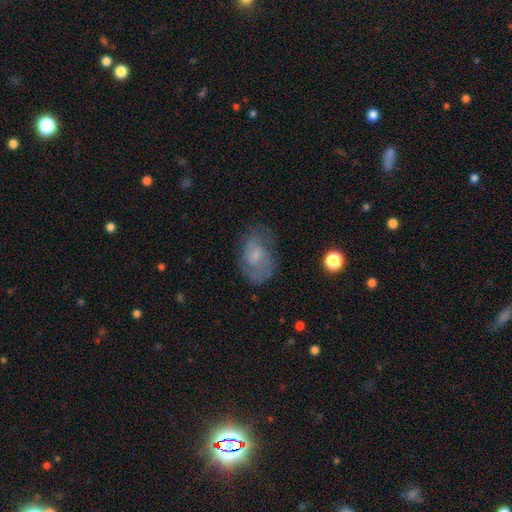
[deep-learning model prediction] A featured or disk galaxy (46%). Merging: none (60%).